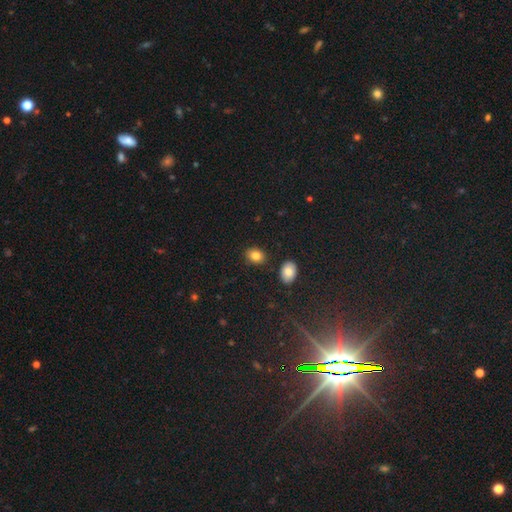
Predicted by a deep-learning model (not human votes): smooth_or_featured: smooth (p=0.83) [alt: star or artifact p=0.09]
how_rounded: in between (p=0.60) [alt: round p=0.39]
merging: none (p=0.84) [alt: minor disturbance p=0.09]